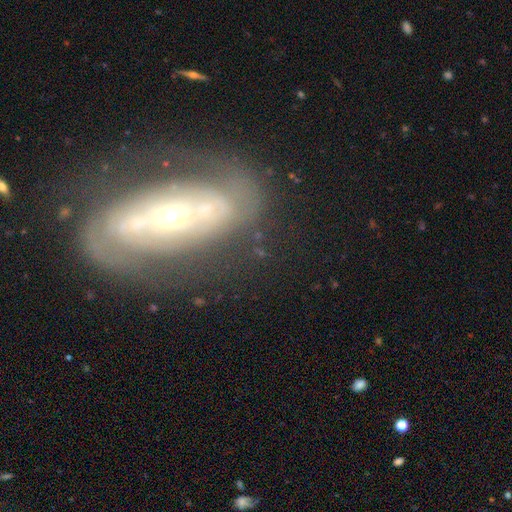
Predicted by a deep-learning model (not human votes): smooth_or_featured: featured or disk (p=0.76) [alt: smooth p=0.16]
disk_edge_on: no (p=0.87) [alt: yes p=0.13]
bar: no (p=0.57) [alt: weak p=0.22]
has_spiral_arms: yes (p=0.67) [alt: no p=0.33]
bulge_size: small (p=0.66) [alt: moderate p=0.29]
merging: none (p=0.61) [alt: minor disturbance p=0.18]